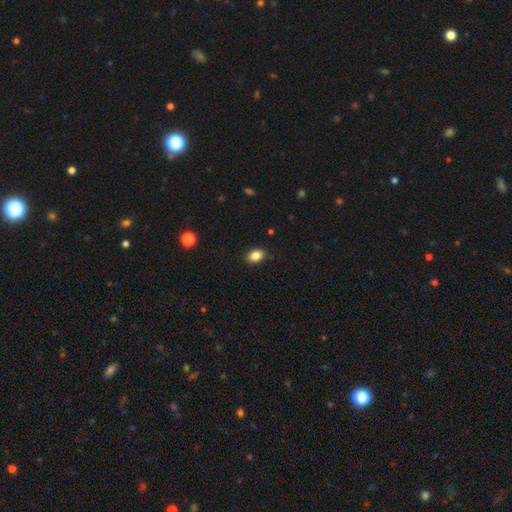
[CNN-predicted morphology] Smooth or featured? Predicted: smooth (p=0.85). How rounded? Predicted: in between (p=0.79). Merging? Predicted: none (p=0.89).